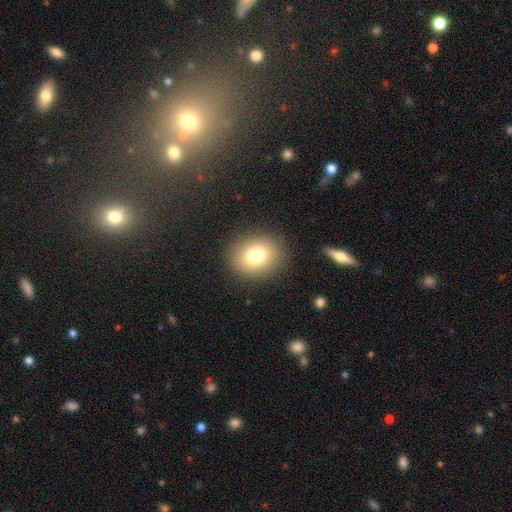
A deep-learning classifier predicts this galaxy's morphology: Smooth or featured?
  - smooth: 77% *
  - star or artifact: 12%
  - featured or disk: 11%
How rounded?
  - round: 67% *
  - in between: 32%
  - cigar-shaped: 1%
Merging?
  - none: 88% *
  - minor disturbance: 8%
  - major disturbance: 3%
  - merger: 1%